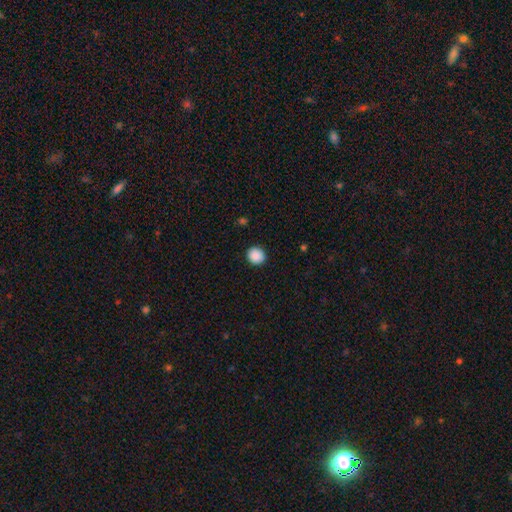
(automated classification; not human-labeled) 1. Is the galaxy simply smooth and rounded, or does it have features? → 89% smooth, 8% star or artifact, 2% featured or disk.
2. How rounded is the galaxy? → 89% round, 10% in between, 1% cigar-shaped.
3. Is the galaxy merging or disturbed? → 91% none, 6% minor disturbance, 2% major disturbance, 1% merger.